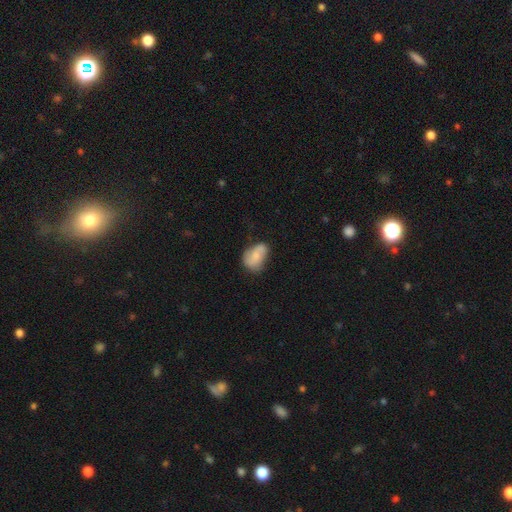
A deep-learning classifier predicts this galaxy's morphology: Q: Smooth or featured?
A: smooth (58%); runner-up: featured or disk (34%)
Q: How rounded?
A: in between (85%); runner-up: round (13%)
Q: Merging?
A: none (53%); runner-up: minor disturbance (32%)